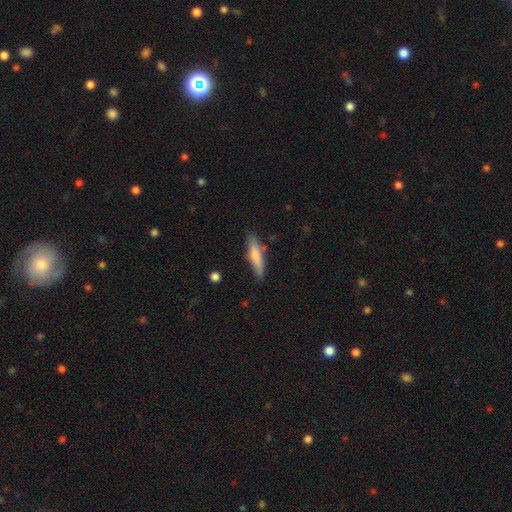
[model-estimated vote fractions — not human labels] This appears to be a smooth galaxy with no disk features (74%) that is cigar-shaped (75%). Merging: none (77%).